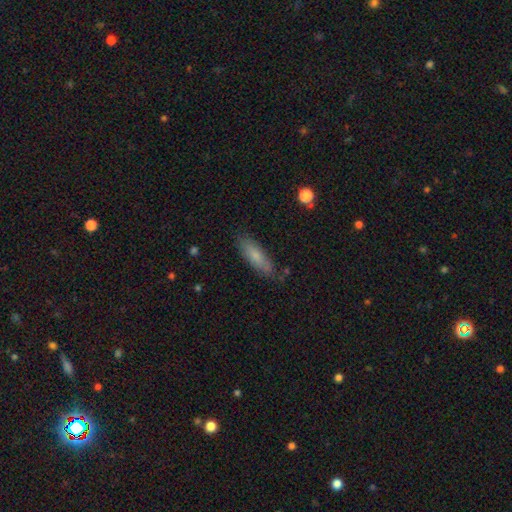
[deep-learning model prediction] The model was most divided on "how rounded": cigar-shaped: 52%, in between: 47%, round: 2%. More confident: merging — none (79%); smooth or featured — smooth (76%).